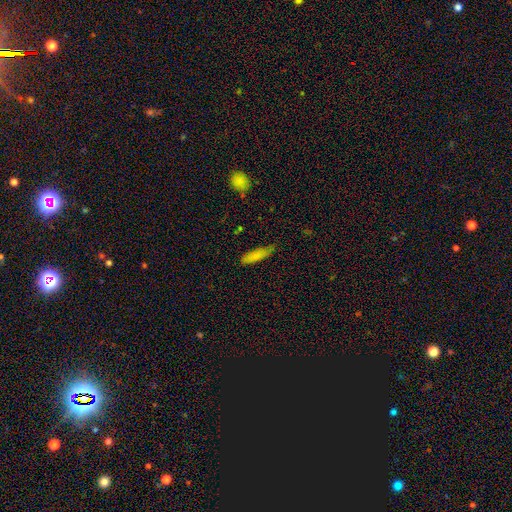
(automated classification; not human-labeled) Q: Smooth or featured?
A: smooth (81%); runner-up: featured or disk (11%)
Q: How rounded?
A: cigar-shaped (68%); runner-up: in between (30%)
Q: Merging?
A: none (70%); runner-up: minor disturbance (24%)